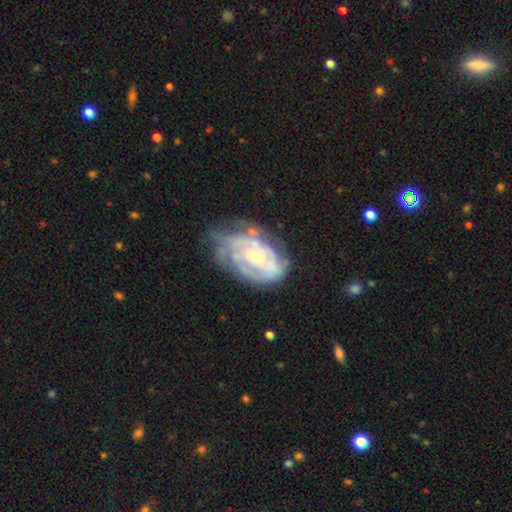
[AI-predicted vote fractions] Smooth or featured? Predicted: featured or disk (p=0.81). Edge-on disk? Predicted: no (p=0.96). Bar? Predicted: no (p=0.77). Spiral arms? Predicted: yes (p=0.83). Spiral winding? Predicted: tight (p=0.64). Spiral arm count? Predicted: can't tell (p=0.50). Bulge size? Predicted: small (p=0.60). Merging? Predicted: none (p=0.49).